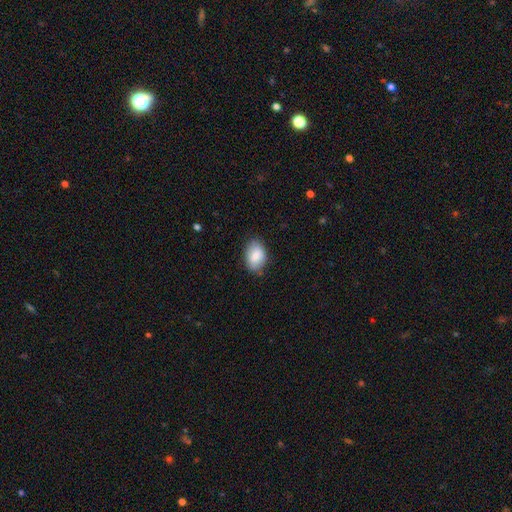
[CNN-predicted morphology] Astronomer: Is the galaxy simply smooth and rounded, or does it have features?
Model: smooth — 83%.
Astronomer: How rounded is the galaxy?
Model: in between — 86%.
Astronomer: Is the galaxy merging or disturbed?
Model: none — 78%.